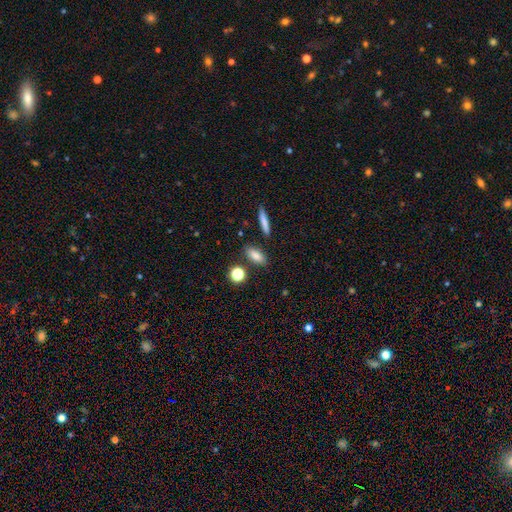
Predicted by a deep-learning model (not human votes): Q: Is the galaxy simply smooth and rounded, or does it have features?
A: smooth — 82%.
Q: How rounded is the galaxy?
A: in between — 71%.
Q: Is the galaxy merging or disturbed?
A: none — 82%.